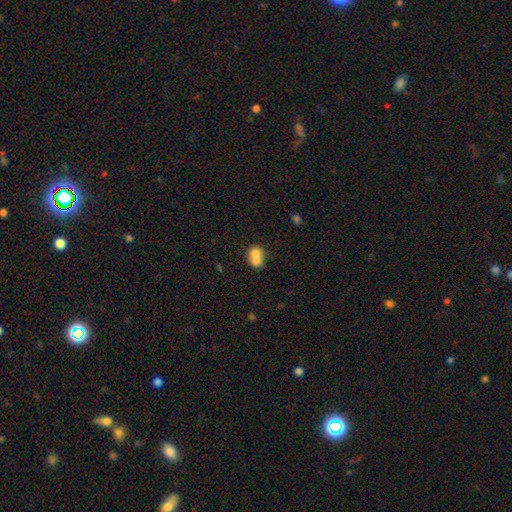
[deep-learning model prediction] Smooth or featured: smooth — 71% (featured or disk — 19%)
How rounded: round — 52% (in between — 47%)
Merging: merger — 61% (none — 26%)